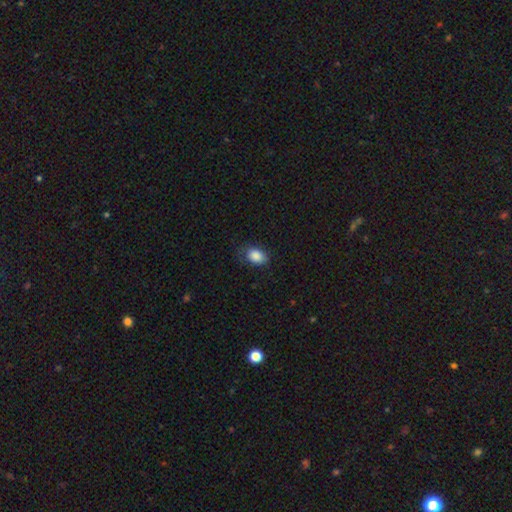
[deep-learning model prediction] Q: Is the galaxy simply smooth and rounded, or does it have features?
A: smooth — 87%.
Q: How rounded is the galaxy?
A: in between — 80%.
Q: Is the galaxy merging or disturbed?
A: none — 69%.